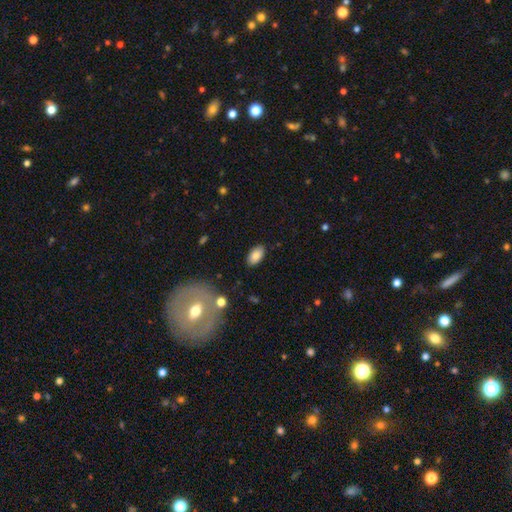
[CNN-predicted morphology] Q: Smooth or featured?
A: smooth (85%); runner-up: star or artifact (8%)
Q: How rounded?
A: in between (94%); runner-up: round (4%)
Q: Merging?
A: none (87%); runner-up: minor disturbance (9%)